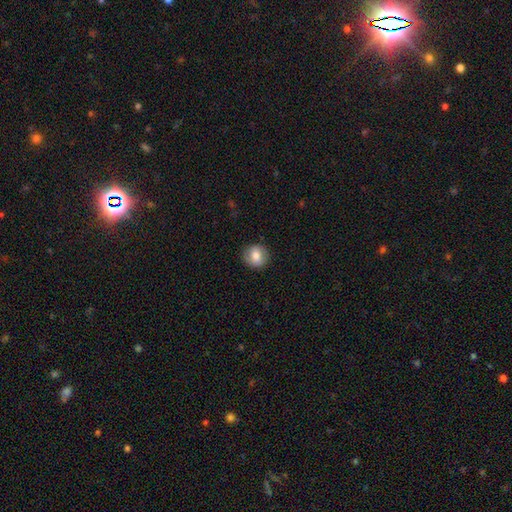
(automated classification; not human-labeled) smooth-or-featured: smooth: 76% | featured or disk: 16% | star or artifact: 8%
  how-rounded: round: 87% | in between: 12% | cigar-shaped: 1%
  merging: none: 88% | minor disturbance: 8% | major disturbance: 2% | merger: 1%